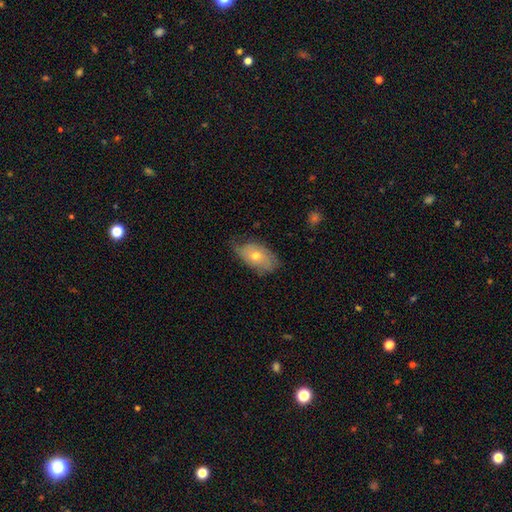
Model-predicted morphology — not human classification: Overall: smooth (54%; featured or disk 37%). How rounded: in between (89%). Merging: none (57%; minor disturbance 33%).